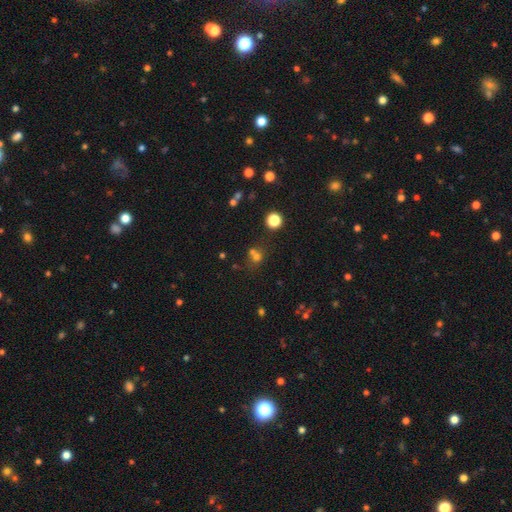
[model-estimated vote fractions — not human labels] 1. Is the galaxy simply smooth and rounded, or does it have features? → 63% smooth, 25% star or artifact, 12% featured or disk.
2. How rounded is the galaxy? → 78% round, 21% in between, 1% cigar-shaped.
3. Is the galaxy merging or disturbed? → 46% none, 40% merger, 9% minor disturbance, 5% major disturbance.